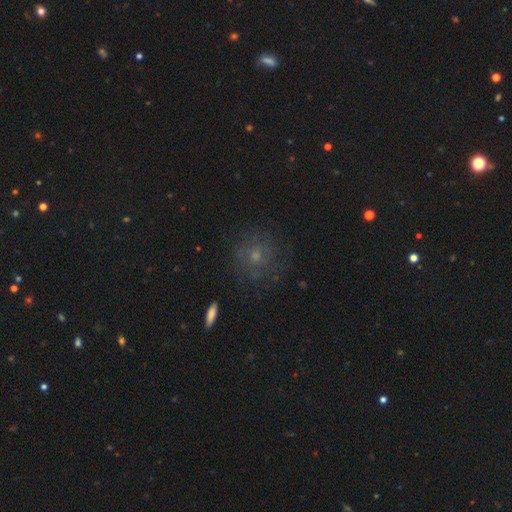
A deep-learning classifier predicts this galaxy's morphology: smooth-or-featured: smooth: 46% | featured or disk: 32% | star or artifact: 22%
  merging: none: 78% | minor disturbance: 13% | major disturbance: 7% | merger: 1%